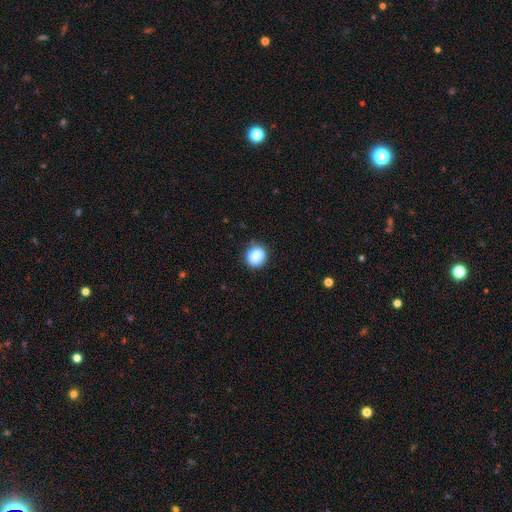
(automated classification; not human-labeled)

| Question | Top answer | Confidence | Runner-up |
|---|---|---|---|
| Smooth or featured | smooth | 87% | star or artifact (9%) |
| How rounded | round | 85% | in between (14%) |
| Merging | none | 80% | minor disturbance (15%) |